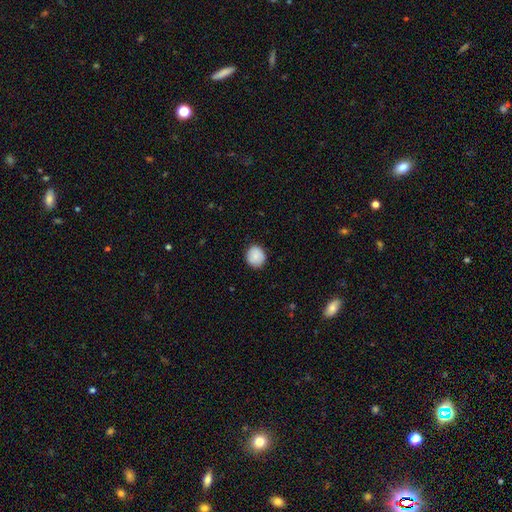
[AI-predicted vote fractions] Smooth or featured? smooth (86%)
How rounded? round (81%)
Merging? none (86%)